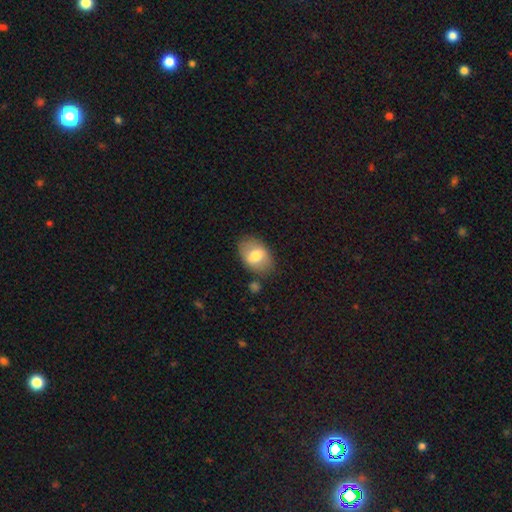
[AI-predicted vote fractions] smooth_or_featured: smooth (p=0.69) [alt: featured or disk p=0.24]
how_rounded: in between (p=0.82) [alt: round p=0.17]
merging: none (p=0.76) [alt: minor disturbance p=0.15]